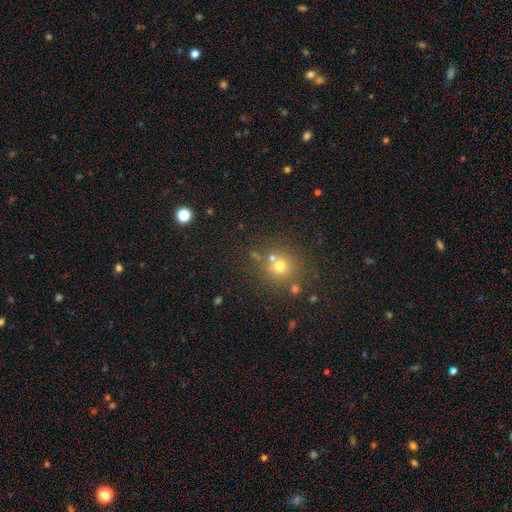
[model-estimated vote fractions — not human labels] smooth-or-featured: smooth: 60% | star or artifact: 28% | featured or disk: 12%
  how-rounded: round: 89% | in between: 10% | cigar-shaped: 1%
  merging: none: 71% | merger: 17% | minor disturbance: 9% | major disturbance: 4%